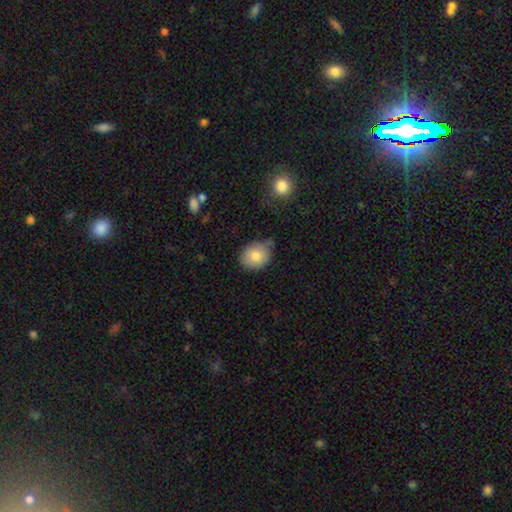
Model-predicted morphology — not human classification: Smooth or featured?
  - smooth: 80% *
  - featured or disk: 12%
  - star or artifact: 8%
How rounded?
  - round: 63% *
  - in between: 36%
  - cigar-shaped: 1%
Merging?
  - none: 61% *
  - minor disturbance: 28%
  - major disturbance: 6%
  - merger: 5%